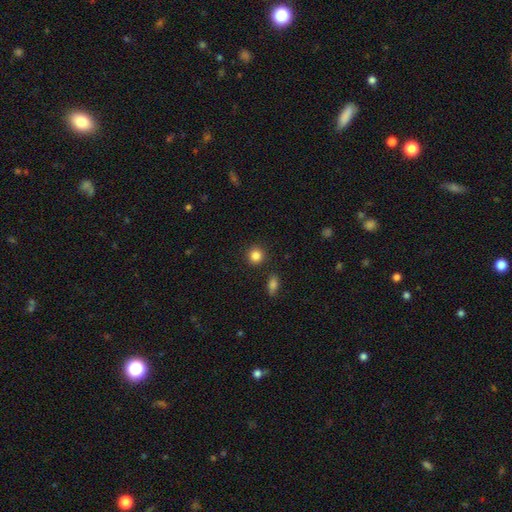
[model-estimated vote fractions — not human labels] The model was most divided on "smooth or featured": smooth: 85%, star or artifact: 10%, featured or disk: 4%. More confident: how rounded — round (90%); merging — none (89%).